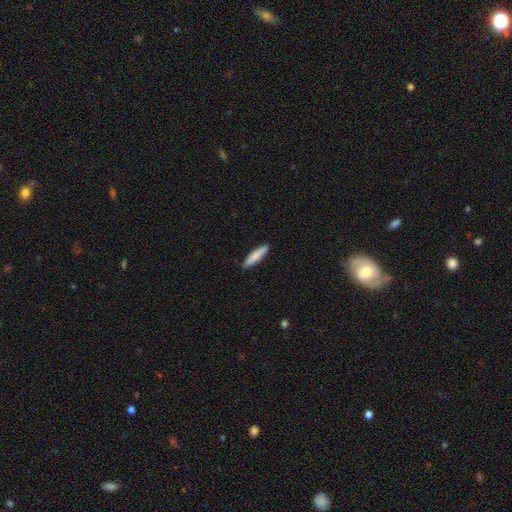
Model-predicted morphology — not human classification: A smooth galaxy with no disk features (84%) that is cigar-shaped (83%). Merging: none (90%).